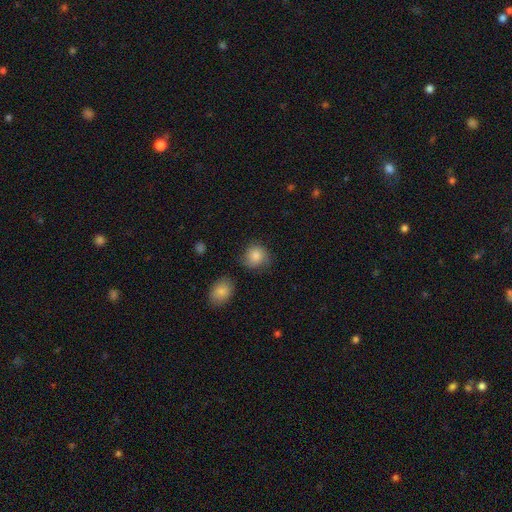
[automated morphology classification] A smooth galaxy with no disk features (83%) that is round (83%). Merging: none (70%).